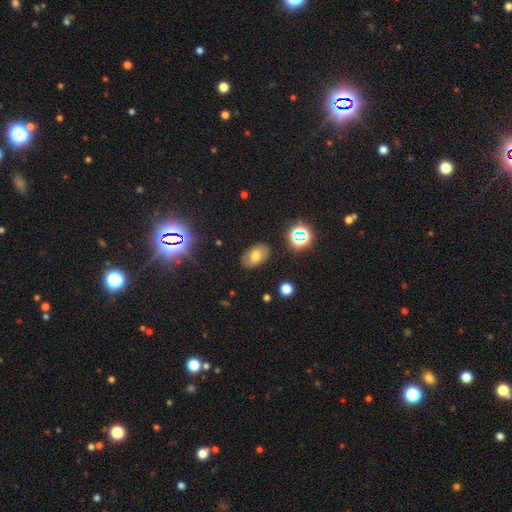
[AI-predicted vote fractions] Smooth or featured: smooth — 65% (featured or disk — 20%)
How rounded: in between — 87% (round — 12%)
Merging: none — 83% (minor disturbance — 12%)